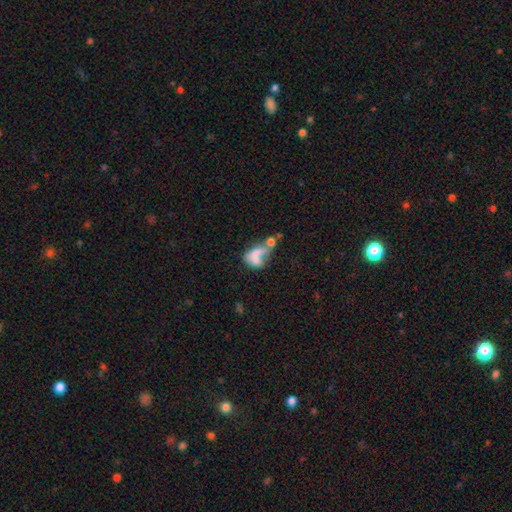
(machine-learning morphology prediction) Overall: smooth (56%; featured or disk 32%). How rounded: in between (74%). Merging: merger (52%; major disturbance 21%).